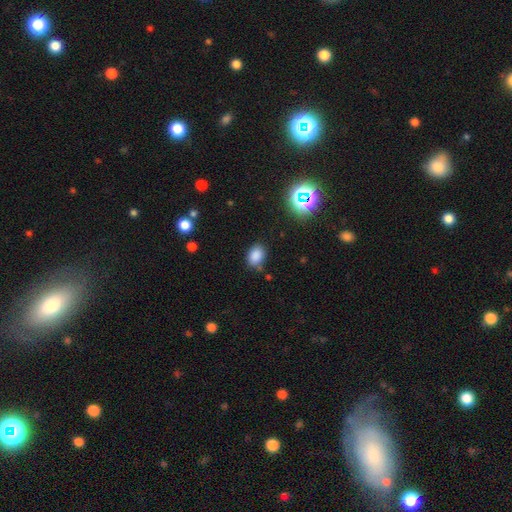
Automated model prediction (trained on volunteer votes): smooth-or-featured: smooth: 83% | star or artifact: 12% | featured or disk: 5%
  how-rounded: in between: 73% | round: 26% | cigar-shaped: 1%
  merging: none: 77% | minor disturbance: 16% | major disturbance: 4% | merger: 4%